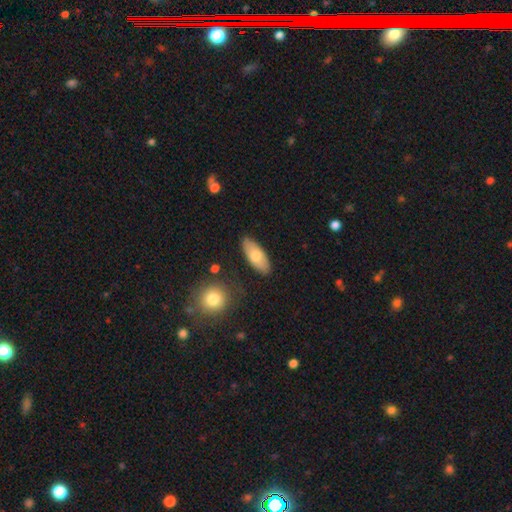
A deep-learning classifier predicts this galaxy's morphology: smooth-or-featured: smooth: 73% | featured or disk: 22% | star or artifact: 6%
  how-rounded: in between: 83% | cigar-shaped: 14% | round: 3%
  merging: none: 83% | minor disturbance: 12% | merger: 3% | major disturbance: 2%